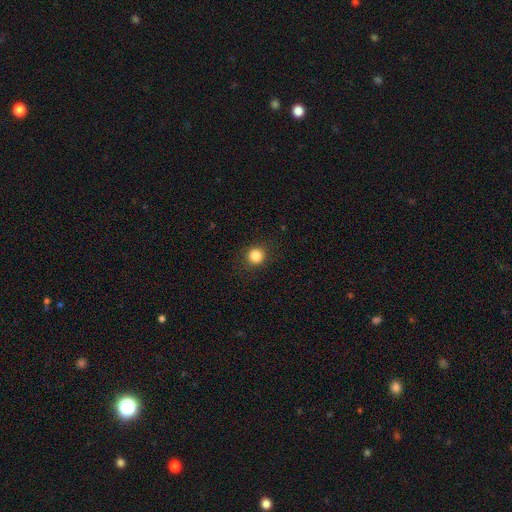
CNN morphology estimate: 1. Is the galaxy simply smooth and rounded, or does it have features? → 84% smooth, 11% star or artifact, 4% featured or disk.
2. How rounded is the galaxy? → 92% round, 7% in between, 1% cigar-shaped.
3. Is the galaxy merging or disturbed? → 90% none, 6% minor disturbance, 3% major disturbance, 1% merger.